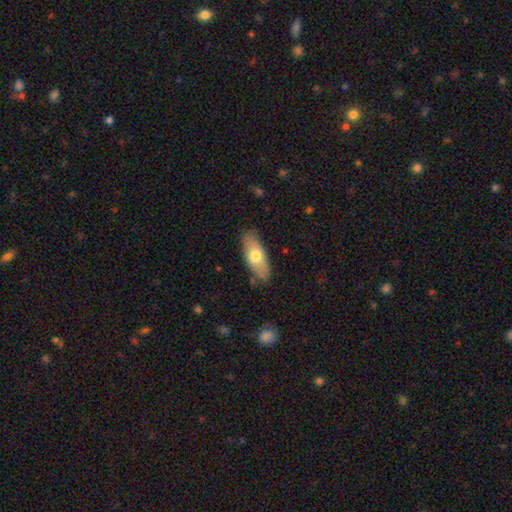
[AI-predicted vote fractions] Smooth or featured? smooth (65%)
How rounded? in between (75%)
Merging? none (83%)